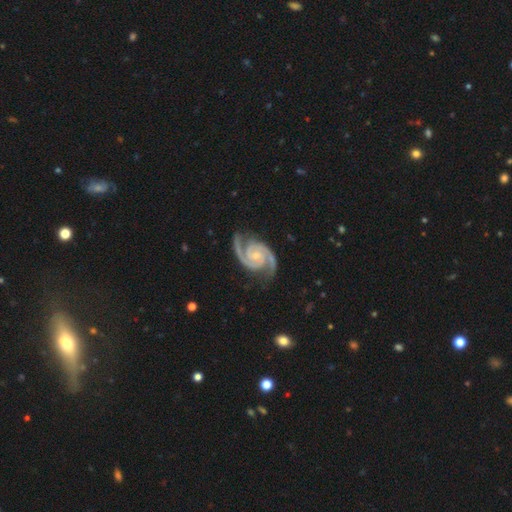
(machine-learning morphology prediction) A featured or disk galaxy (95%) with no bar (65%), 2 (91%) medium (49%) spiral arms (99%) and a small central bulge (69%). Merging: none (80%).